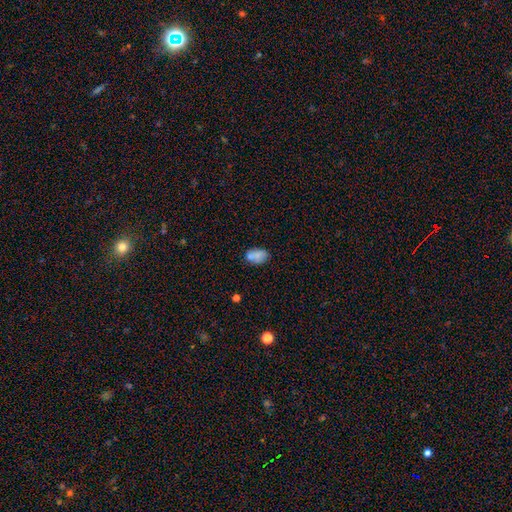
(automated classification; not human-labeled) The model was most divided on "merging": none: 59%, minor disturbance: 19%, merger: 17%, major disturbance: 5%. More confident: how rounded — in between (85%); smooth or featured — smooth (77%).